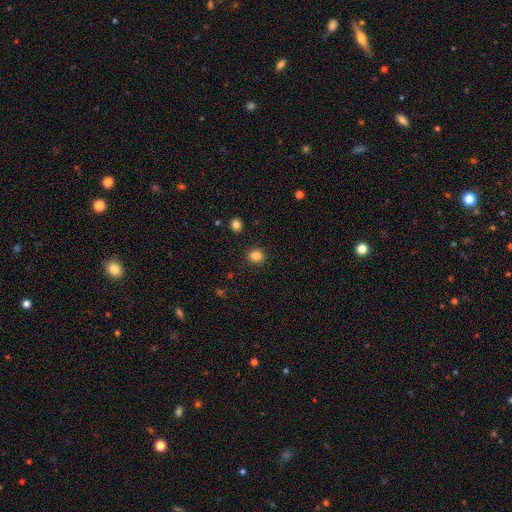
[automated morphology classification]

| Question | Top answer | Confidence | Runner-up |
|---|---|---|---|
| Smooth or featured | smooth | 85% | star or artifact (11%) |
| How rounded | round | 61% | in between (38%) |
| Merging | none | 88% | minor disturbance (7%) |